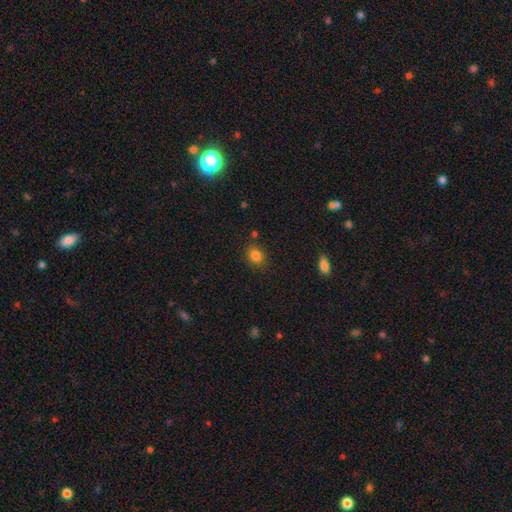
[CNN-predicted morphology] Smooth or featured? smooth (83%)
How rounded? round (59%)
Merging? none (84%)